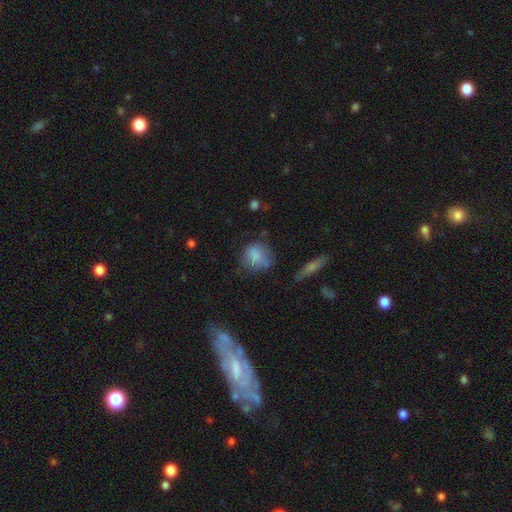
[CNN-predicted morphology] Q: Smooth or featured?
A: smooth (76%); runner-up: featured or disk (14%)
Q: How rounded?
A: round (73%); runner-up: in between (26%)
Q: Merging?
A: none (57%); runner-up: minor disturbance (26%)